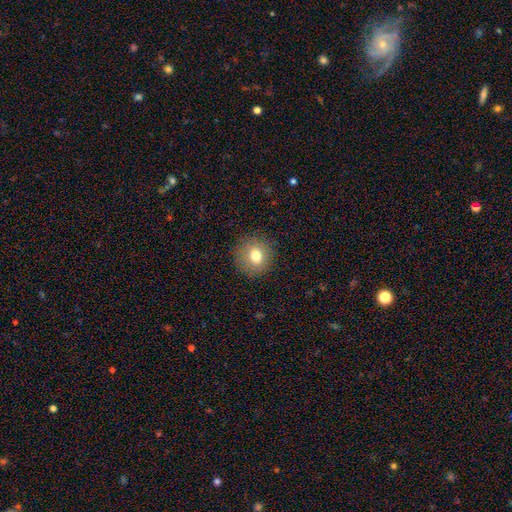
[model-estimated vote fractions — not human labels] Overall: smooth (77%). How rounded: round (87%). Merging: none (89%).